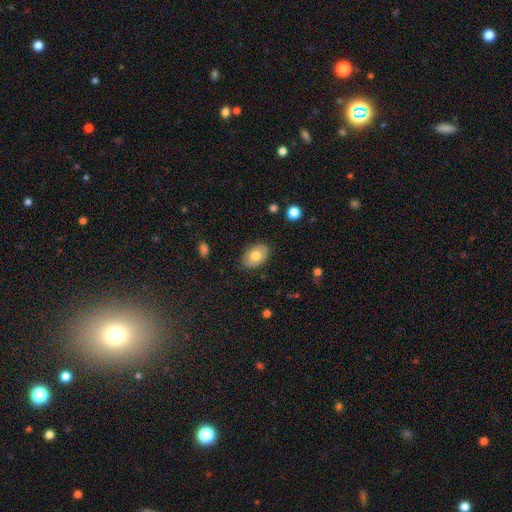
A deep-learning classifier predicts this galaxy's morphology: A smooth galaxy with no disk features (71%) that is in between round and cigar-shaped (82%). Merging: none (84%).